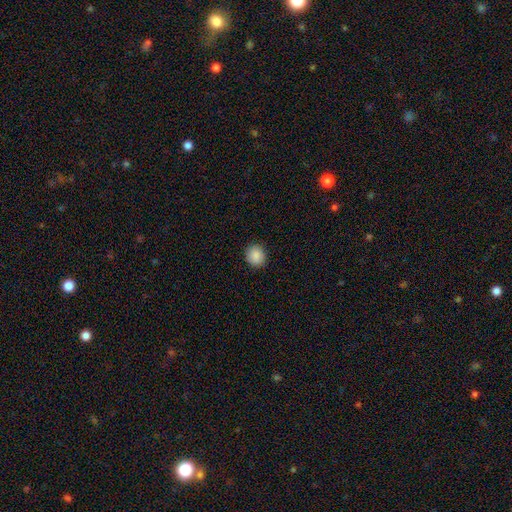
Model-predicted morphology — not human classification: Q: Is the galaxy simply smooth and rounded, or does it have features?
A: smooth — 89%.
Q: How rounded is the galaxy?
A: round — 82%.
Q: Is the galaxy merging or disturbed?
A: none — 90%.